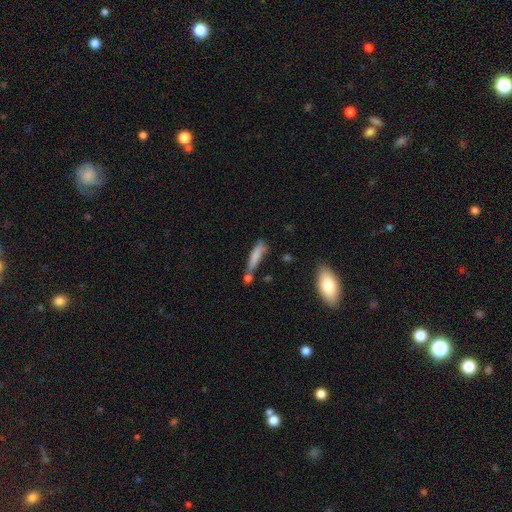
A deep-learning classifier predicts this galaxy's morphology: Smooth or featured: smooth — 75% (featured or disk — 17%)
How rounded: cigar-shaped — 78% (in between — 20%)
Merging: none — 45% (merger — 24%)